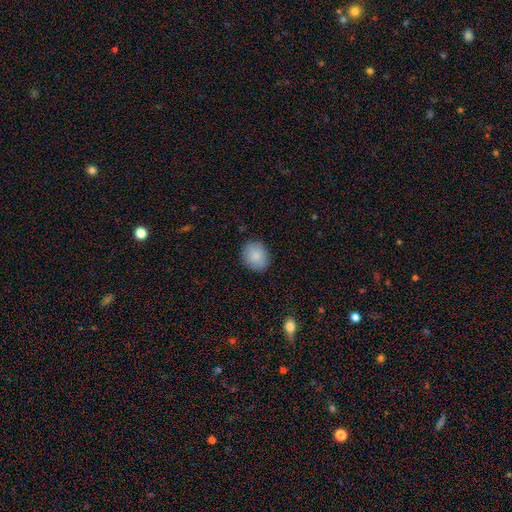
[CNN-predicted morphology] Overall: smooth (87%). How rounded: round (65%; in between 34%). Merging: none (86%).